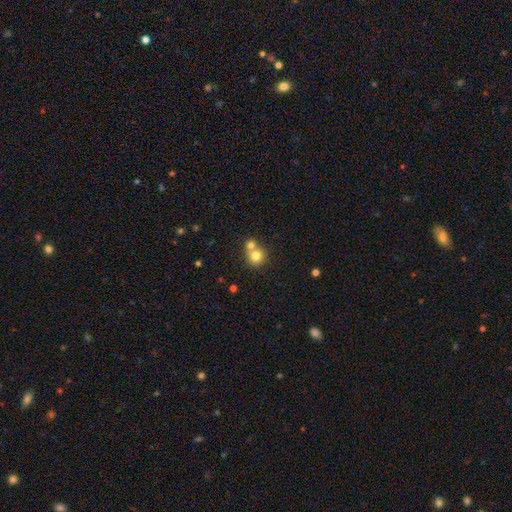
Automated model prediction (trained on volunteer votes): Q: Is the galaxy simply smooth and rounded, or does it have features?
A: smooth — 77%.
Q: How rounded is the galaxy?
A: round — 85%.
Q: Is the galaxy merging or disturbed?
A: merger — 50%.